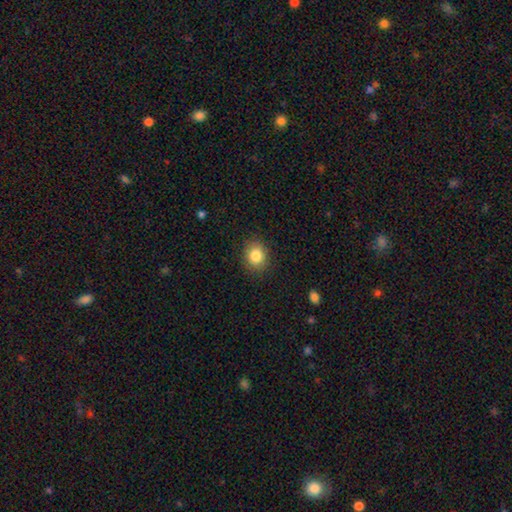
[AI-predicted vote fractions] Smooth or featured? smooth (84%)
How rounded? round (63%)
Merging? none (87%)